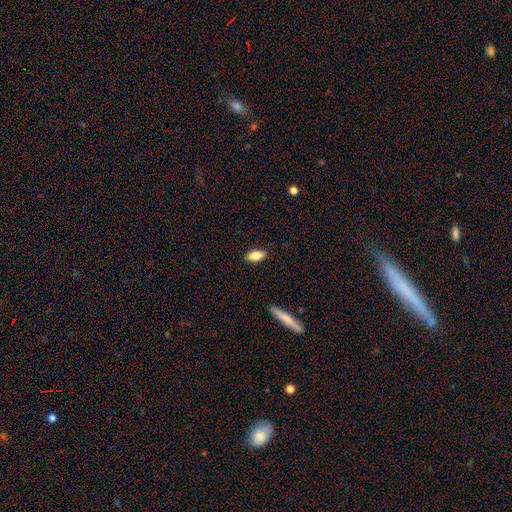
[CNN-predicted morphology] type=smooth (80%); roundness=in between (84%); merging=none (89%).